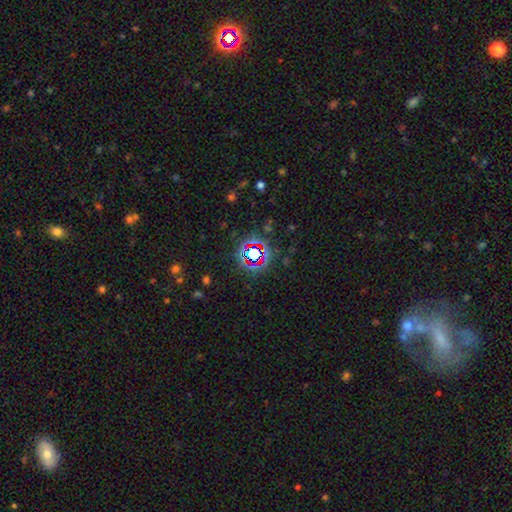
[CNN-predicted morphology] The model was most divided on "smooth or featured": star or artifact: 73%, smooth: 17%, featured or disk: 10%.